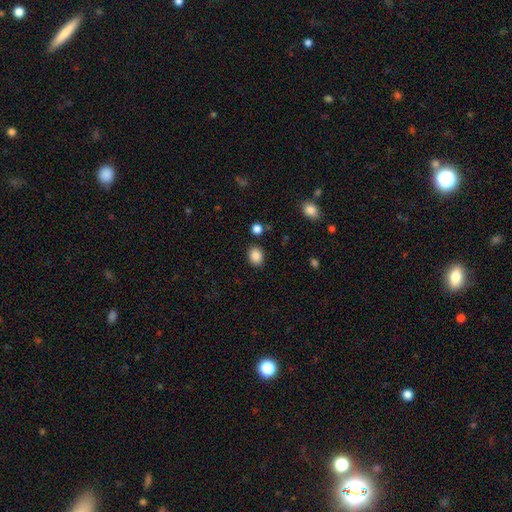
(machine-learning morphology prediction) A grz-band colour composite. It shows a smooth galaxy with no disk features (87%) that is in between round and cigar-shaped (53%). Merging: none (85%).